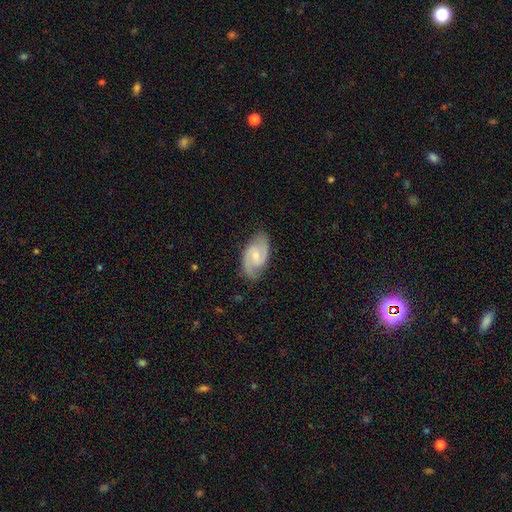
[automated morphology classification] smooth_or_featured: featured or disk (p=0.85) [alt: smooth p=0.10]
disk_edge_on: no (p=0.97) [alt: yes p=0.03]
bar: weak (p=0.54) [alt: no p=0.35]
has_spiral_arms: yes (p=0.97) [alt: no p=0.03]
spiral_winding: medium (p=0.57) [alt: tight p=0.27]
spiral_arm_count: 2 (p=0.91) [alt: can't tell p=0.03]
bulge_size: small (p=0.53) [alt: moderate p=0.37]
merging: none (p=0.81) [alt: minor disturbance p=0.15]